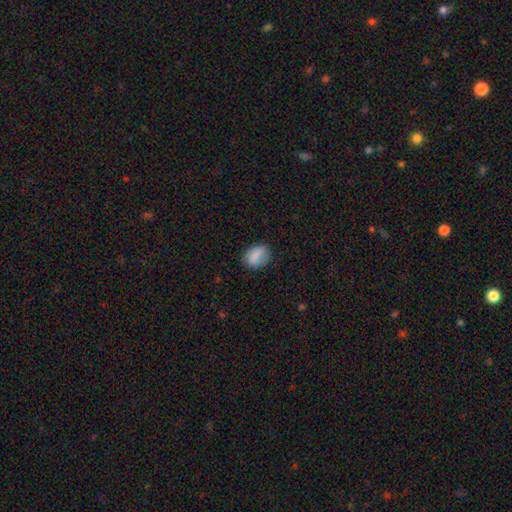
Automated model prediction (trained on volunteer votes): smooth-or-featured: smooth: 82% | featured or disk: 10% | star or artifact: 8%
  how-rounded: in between: 70% | round: 29% | cigar-shaped: 2%
  merging: none: 79% | minor disturbance: 16% | major disturbance: 4% | merger: 1%